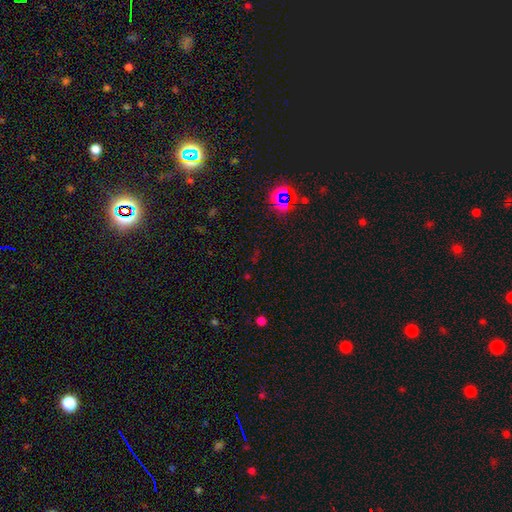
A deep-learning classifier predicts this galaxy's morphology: Smooth or featured: star or artifact — 69% (smooth — 22%)